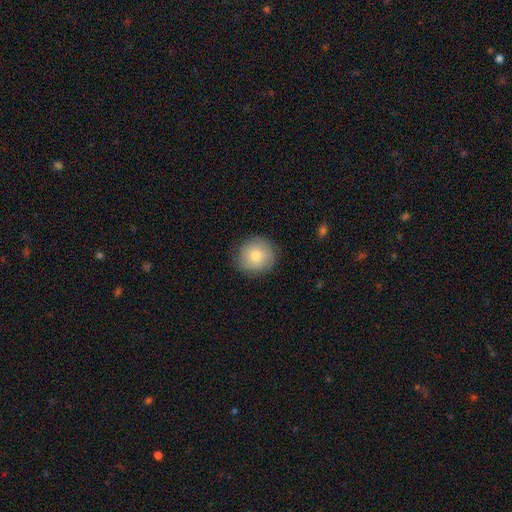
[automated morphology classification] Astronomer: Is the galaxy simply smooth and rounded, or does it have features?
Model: smooth — 76%.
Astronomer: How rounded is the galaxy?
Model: round — 90%.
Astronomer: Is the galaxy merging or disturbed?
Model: none — 84%.